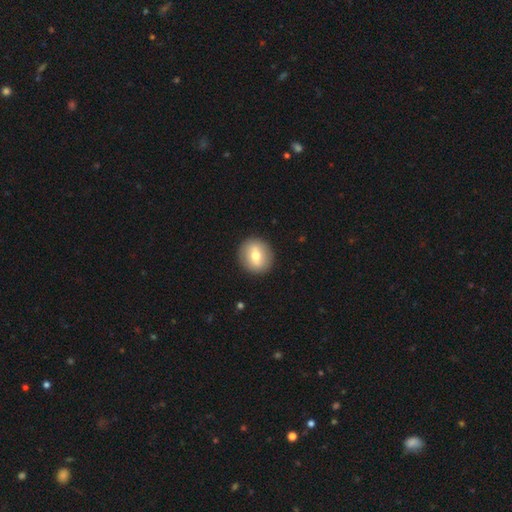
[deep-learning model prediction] This appears to be a smooth galaxy with no disk features (62%) that is round (84%). Merging: none (91%).